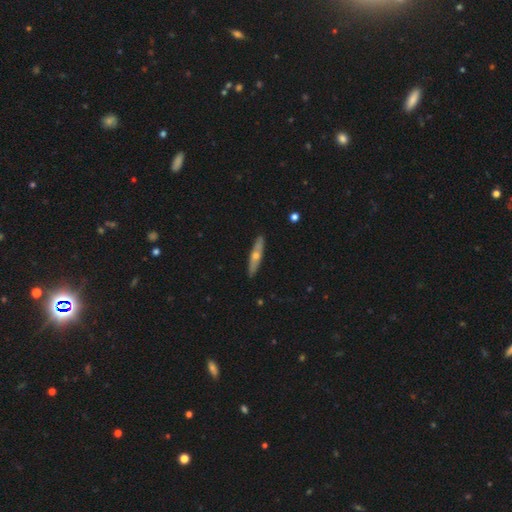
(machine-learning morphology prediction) A featured or disk galaxy (53%) viewed edge-on (85%). Merging: none (91%).